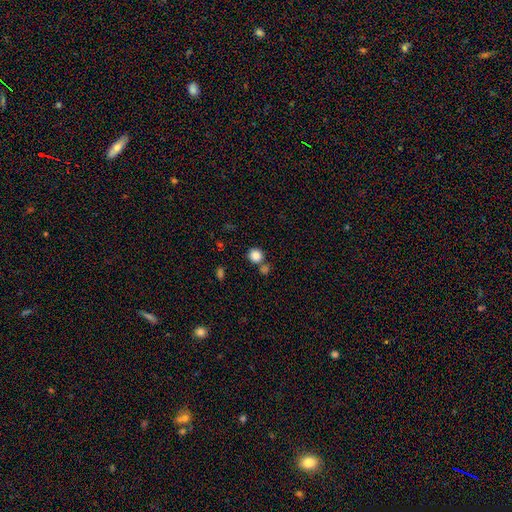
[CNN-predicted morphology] This appears to be a smooth galaxy with no disk features (85%) that is round (89%). Merging: none (68%).